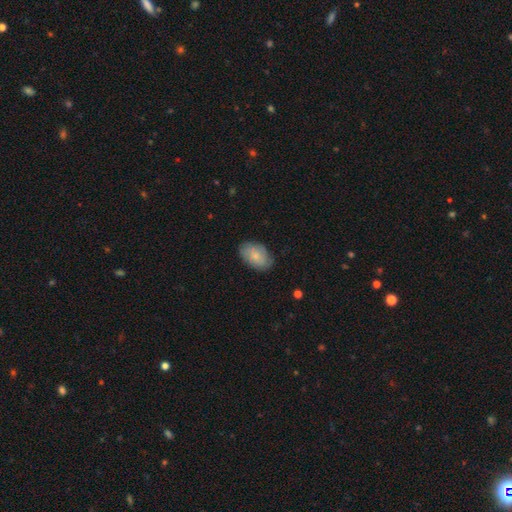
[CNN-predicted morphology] type=smooth (74%); roundness=in between (91%); merging=none (78%).